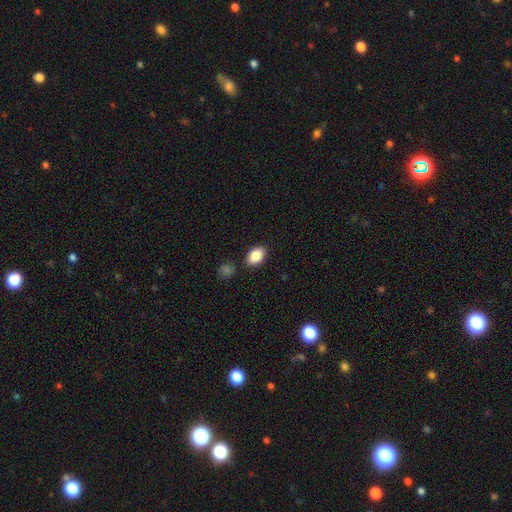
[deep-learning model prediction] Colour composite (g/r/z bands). It shows a smooth galaxy with no disk features (86%) that is in between round and cigar-shaped (85%). Merging: none (85%).